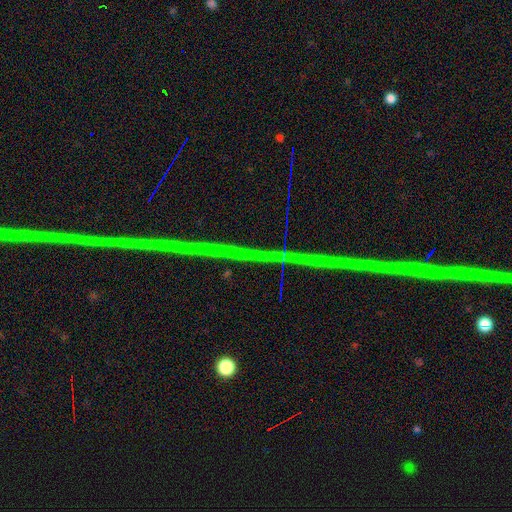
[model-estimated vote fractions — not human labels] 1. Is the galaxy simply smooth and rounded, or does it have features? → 81% star or artifact, 12% featured or disk, 7% smooth.